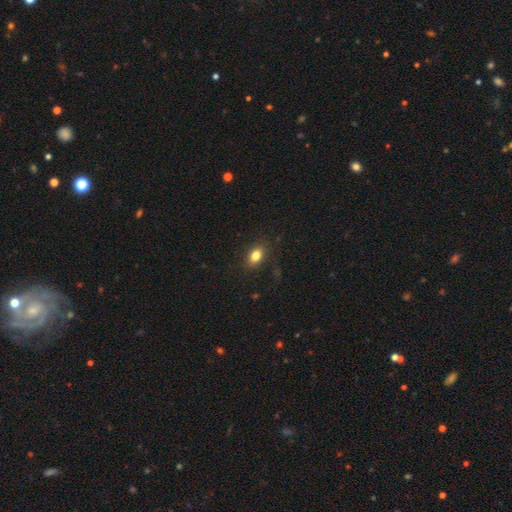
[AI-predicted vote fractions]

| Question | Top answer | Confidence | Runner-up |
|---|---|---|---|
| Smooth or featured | smooth | 81% | star or artifact (10%) |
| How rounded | in between | 81% | round (16%) |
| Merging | none | 85% | minor disturbance (11%) |